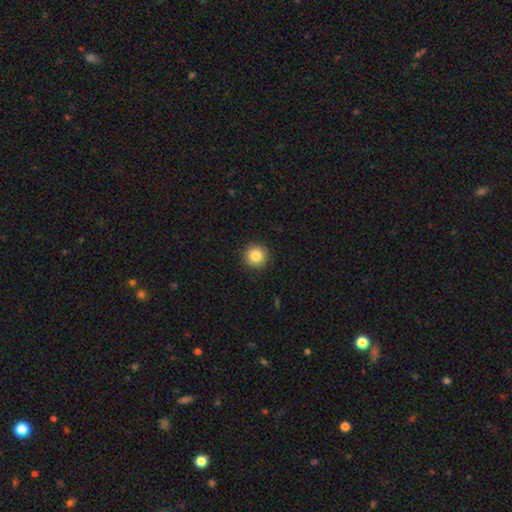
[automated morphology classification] Q: Smooth or featured?
A: smooth (84%); runner-up: star or artifact (10%)
Q: How rounded?
A: round (96%); runner-up: in between (3%)
Q: Merging?
A: none (92%); runner-up: minor disturbance (5%)